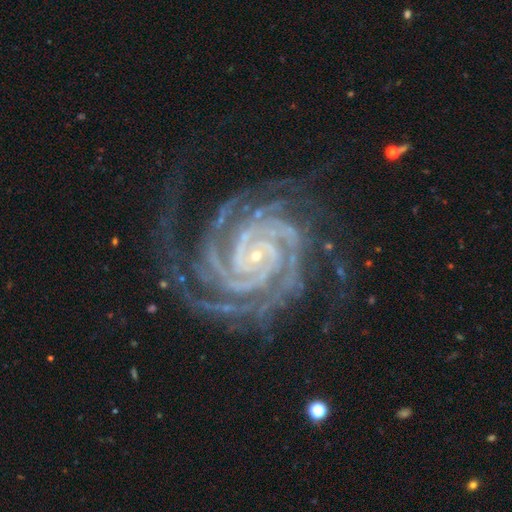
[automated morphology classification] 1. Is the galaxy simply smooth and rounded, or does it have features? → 93% featured or disk, 5% star or artifact, 2% smooth.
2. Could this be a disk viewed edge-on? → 98% no, 2% yes.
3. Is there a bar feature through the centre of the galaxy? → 52% no, 26% weak, 22% strong.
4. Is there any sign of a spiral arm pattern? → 99% yes, 1% no.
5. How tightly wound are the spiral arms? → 85% tight, 13% medium, 2% loose.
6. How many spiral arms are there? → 23% 2 (tied), 23% 4 (tied), 20% 3, 14% more than 4, 11% can't tell, 9% 1.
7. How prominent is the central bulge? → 87% small, 9% moderate, 2% none, 1% large, 1% dominant.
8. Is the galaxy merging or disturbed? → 73% none, 17% minor disturbance, 8% major disturbance, 2% merger.